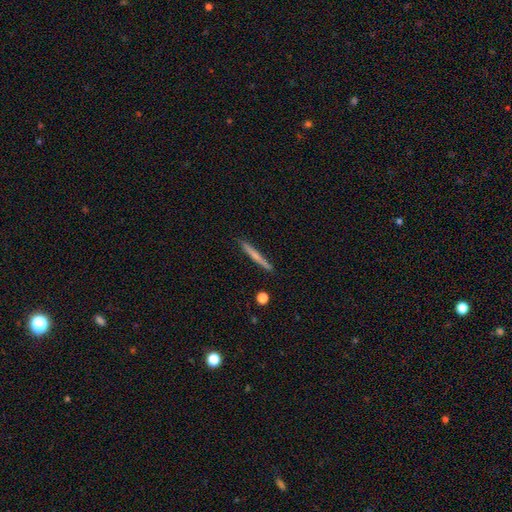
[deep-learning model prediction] This appears to be a smooth galaxy with no disk features (55%) that is cigar-shaped (96%). Merging: none (90%).